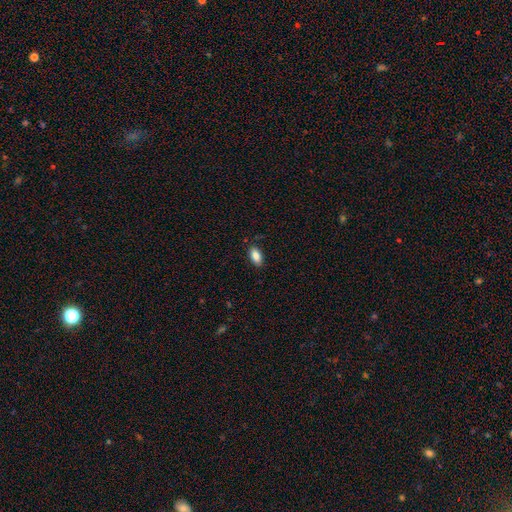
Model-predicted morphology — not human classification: smooth_or_featured: smooth (p=0.86) [alt: star or artifact p=0.07]
how_rounded: in between (p=0.91) [alt: cigar-shaped p=0.05]
merging: none (p=0.87) [alt: minor disturbance p=0.10]